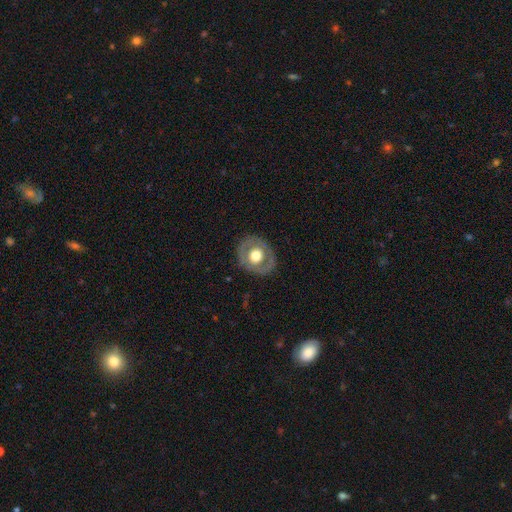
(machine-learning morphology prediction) type=featured or disk (50%); edge-on=no (94%); merging=none (82%).